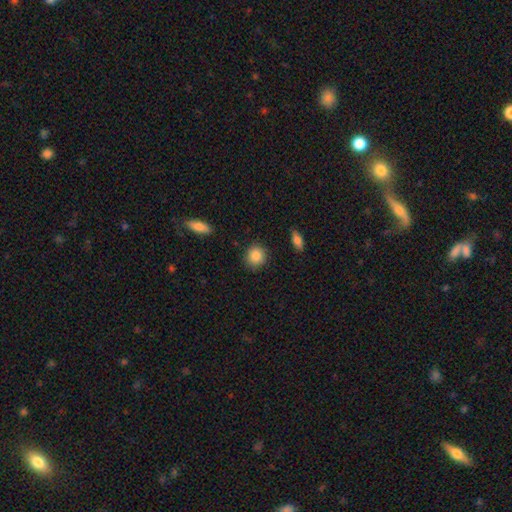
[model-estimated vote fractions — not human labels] Smooth or featured?
  - smooth: 87% *
  - star or artifact: 8%
  - featured or disk: 5%
How rounded?
  - round: 86% *
  - in between: 13%
  - cigar-shaped: 1%
Merging?
  - none: 87% *
  - minor disturbance: 9%
  - major disturbance: 2%
  - merger: 2%